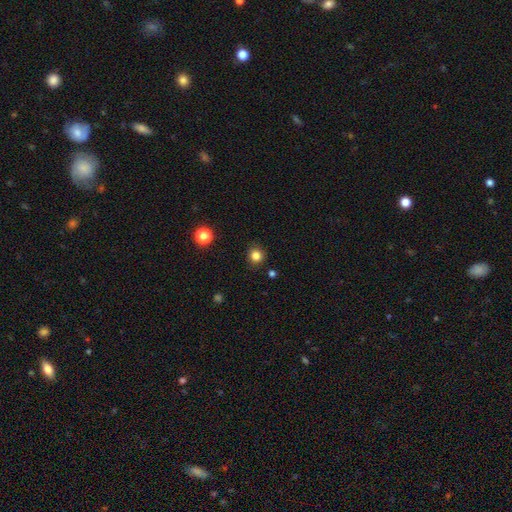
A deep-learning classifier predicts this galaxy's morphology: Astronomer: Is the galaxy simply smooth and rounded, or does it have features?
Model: smooth — 82%.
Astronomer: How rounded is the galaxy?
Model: round — 91%.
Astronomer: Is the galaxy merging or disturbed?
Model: none — 89%.